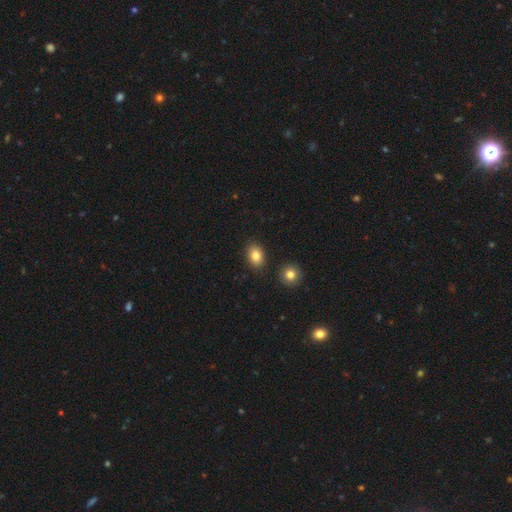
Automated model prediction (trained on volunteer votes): Overall: smooth (84%). How rounded: in between (74%). Merging: none (86%).